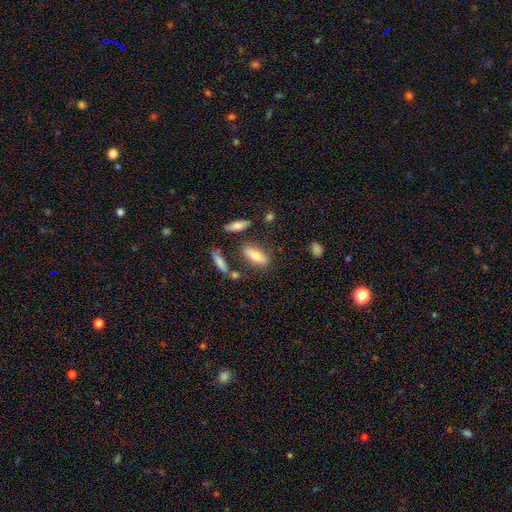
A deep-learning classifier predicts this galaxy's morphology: This appears to be a smooth galaxy with no disk features (70%) that is in between round and cigar-shaped (71%). Merging: none (73%).